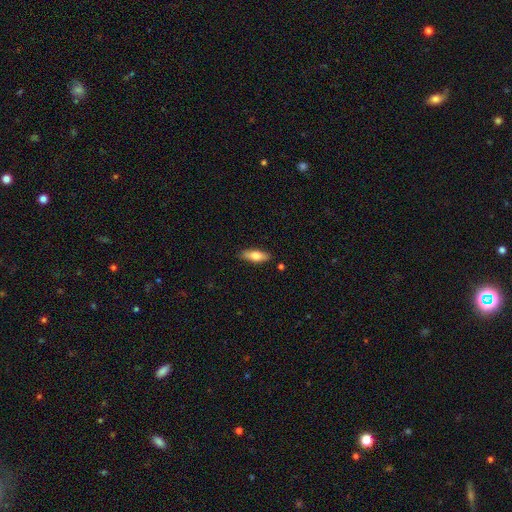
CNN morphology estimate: type=smooth (66%); roundness=in between (64%); merging=none (85%).